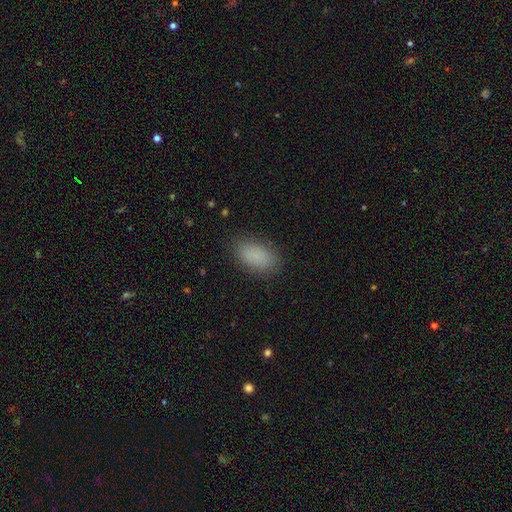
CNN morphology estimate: Smooth or featured: smooth — 87% (star or artifact — 9%)
How rounded: in between — 92% (round — 5%)
Merging: none — 85% (minor disturbance — 11%)